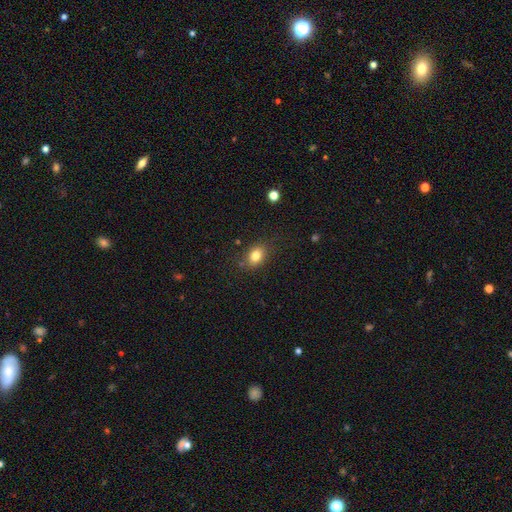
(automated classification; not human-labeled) This appears to be a smooth galaxy with no disk features (81%) that is in between round and cigar-shaped (69%). Merging: none (81%).